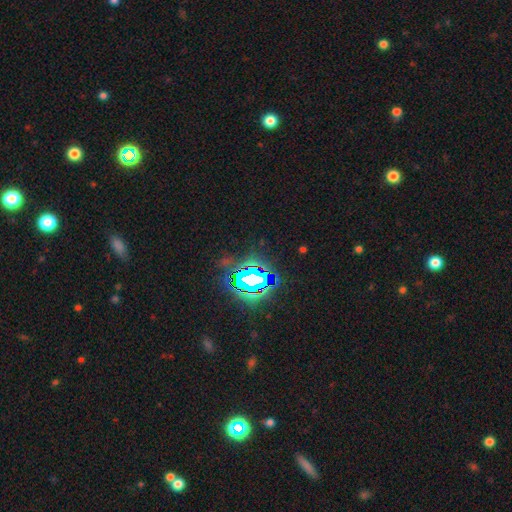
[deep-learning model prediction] This is likely a star or artifact rather than a galaxy (78%).